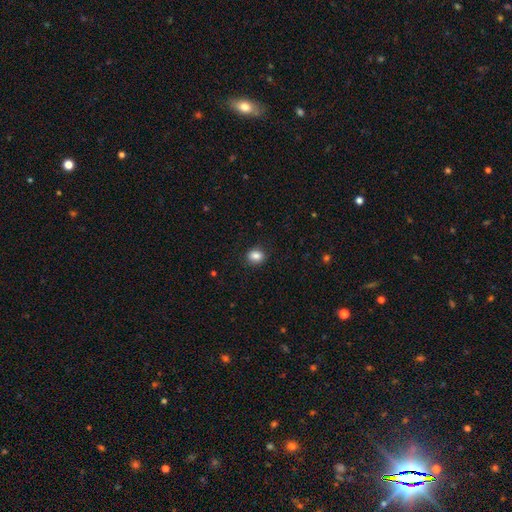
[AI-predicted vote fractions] Q: Smooth or featured?
A: smooth (86%); runner-up: star or artifact (9%)
Q: How rounded?
A: round (54%); runner-up: in between (45%)
Q: Merging?
A: none (87%); runner-up: minor disturbance (10%)